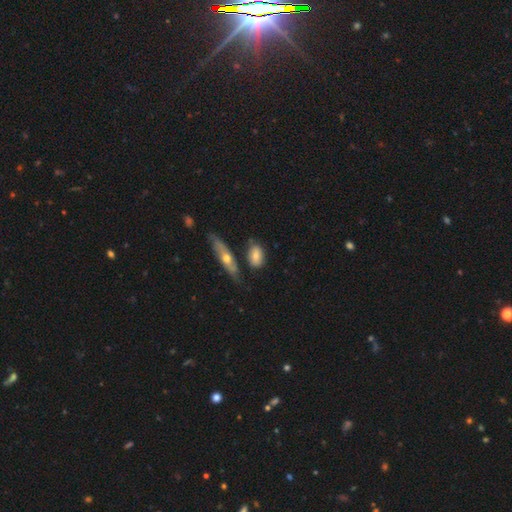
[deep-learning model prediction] The model was most divided on "merging": none: 60%, minor disturbance: 20%, merger: 14%, major disturbance: 6%. More confident: how rounded — in between (79%); smooth or featured — smooth (70%).